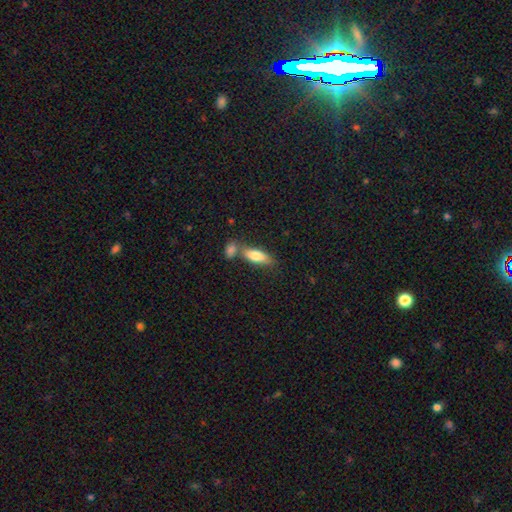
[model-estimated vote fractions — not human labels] Overall: smooth (78%). How rounded: in between (67%; cigar-shaped 31%). Merging: none (52%; merger 31%).